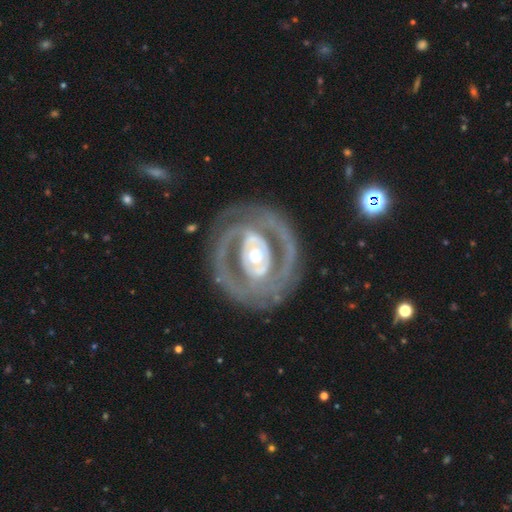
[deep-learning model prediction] Smooth or featured?
  - featured or disk: 85% *
  - smooth: 11%
  - star or artifact: 4%
Edge-on disk?
  - no: 96% *
  - yes: 4%
Bar?
  - no: 46% *
  - strong: 27%
  - weak: 27%
Spiral arms?
  - yes: 73% *
  - no: 27%
Spiral winding?
  - tight: 59% *
  - medium: 31%
  - loose: 11%
Spiral arm count?
  - 2: 59% *
  - can't tell: 18%
  - 3: 9%
  - 1: 7%
  - 4: 4%
  - more than 4: 3%
Bulge size?
  - moderate: 64% *
  - small: 18%
  - large: 15%
  - dominant: 2%
  - none: 1%
Merging?
  - none: 76% *
  - minor disturbance: 13%
  - major disturbance: 9%
  - merger: 2%